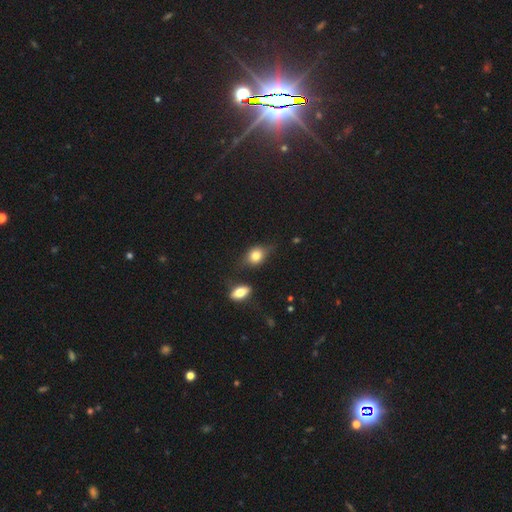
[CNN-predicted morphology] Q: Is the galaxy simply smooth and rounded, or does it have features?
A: smooth — 76%.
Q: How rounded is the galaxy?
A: in between — 60%.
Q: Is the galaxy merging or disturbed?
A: none — 63%.